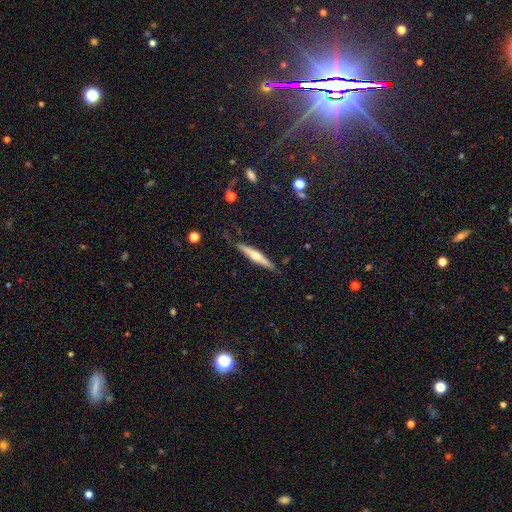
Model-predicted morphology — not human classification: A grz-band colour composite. It shows a featured or disk galaxy (60%) viewed edge-on (95%) with a rounded central bulge (87%). Merging: none (82%).